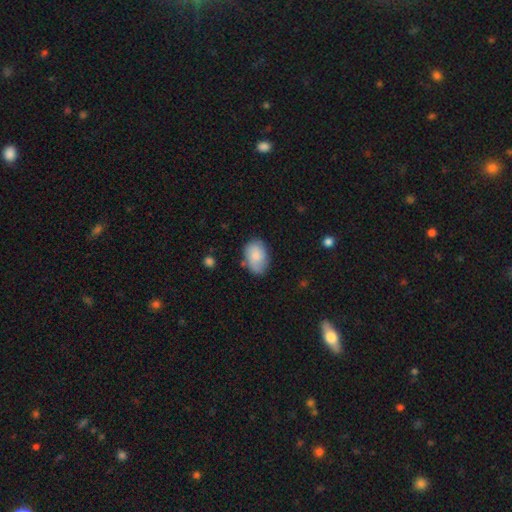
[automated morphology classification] This is likely a smooth galaxy (74%). How rounded: clearly in between (85%). Merging: likely none (64%).